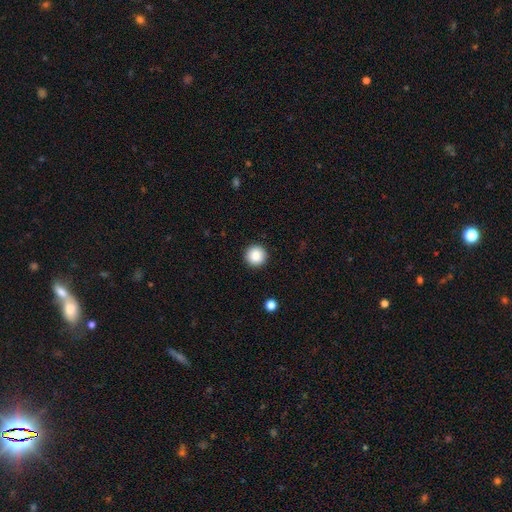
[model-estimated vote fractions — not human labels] Smooth or featured? smooth (87%)
How rounded? round (96%)
Merging? none (93%)